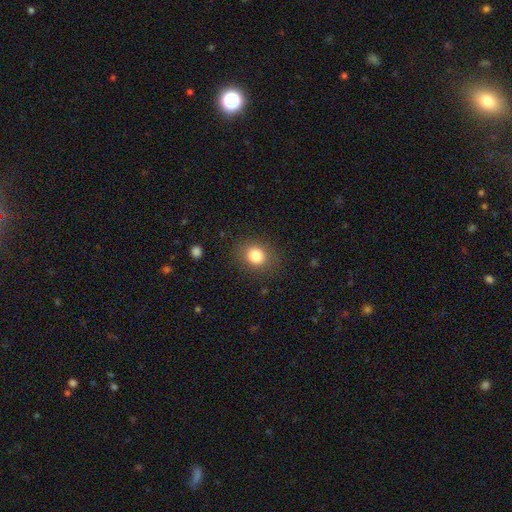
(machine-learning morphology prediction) Q: Smooth or featured?
A: smooth (83%); runner-up: star or artifact (10%)
Q: How rounded?
A: round (62%); runner-up: in between (37%)
Q: Merging?
A: none (84%); runner-up: minor disturbance (10%)